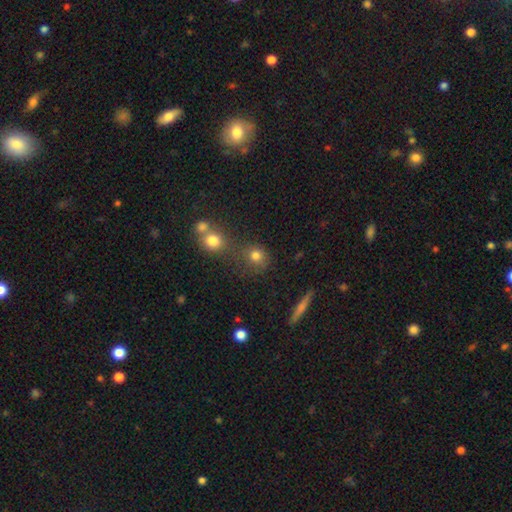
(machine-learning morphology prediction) This appears to be a smooth galaxy with no disk features (77%) that is round (84%). Merging: none (59%).